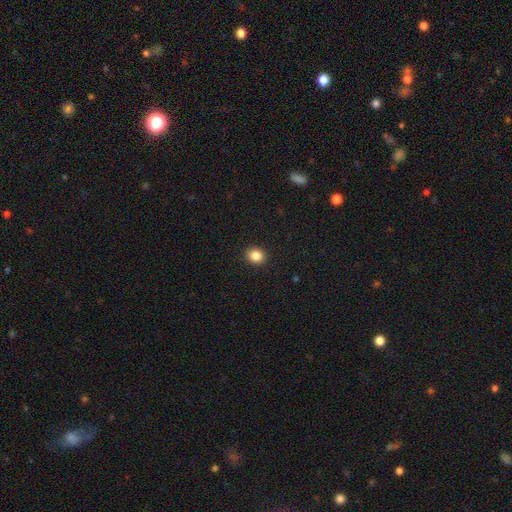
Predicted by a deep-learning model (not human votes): Morphology: type=smooth (85%); roundness=round (72%); merging=none (92%).